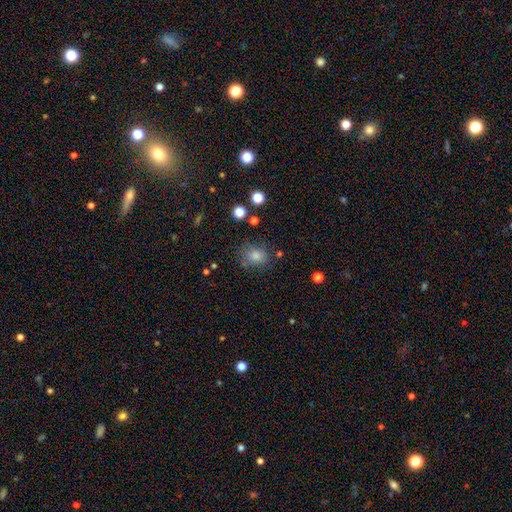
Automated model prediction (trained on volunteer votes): A smooth galaxy with no disk features (68%) that is round (70%). Merging: none (77%).